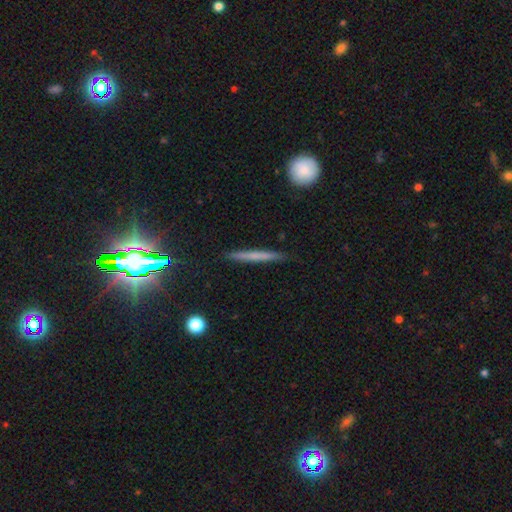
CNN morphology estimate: Smooth or featured: smooth — 52% (featured or disk — 38%)
How rounded: cigar-shaped — 94% (in between — 3%)
Merging: none — 89% (minor disturbance — 8%)